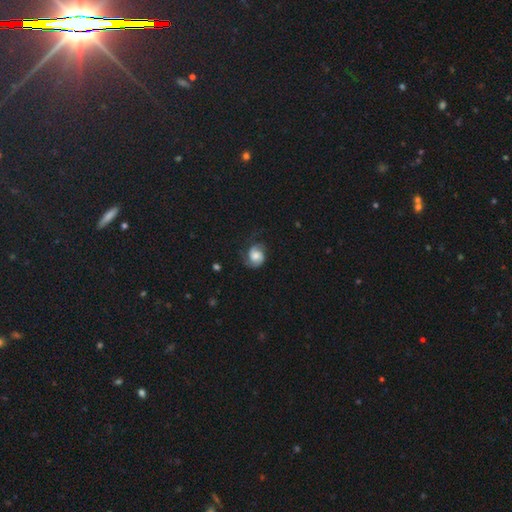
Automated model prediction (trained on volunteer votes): Smooth or featured?
  - featured or disk: 63% *
  - smooth: 29%
  - star or artifact: 8%
Edge-on disk?
  - no: 98% *
  - yes: 2%
Bar?
  - no: 62% *
  - weak: 31%
  - strong: 7%
Spiral arms?
  - yes: 93% *
  - no: 7%
Spiral winding?
  - medium: 43% *
  - tight: 35%
  - loose: 22%
Spiral arm count?
  - 2: 77% *
  - 1: 11%
  - can't tell: 7%
  - 3: 2%
  - 4: 1%
  - more than 4: 1%
Bulge size?
  - moderate: 39% *
  - large: 31%
  - small: 16%
  - none: 9%
  - dominant: 5%
Merging?
  - none: 60% *
  - minor disturbance: 23%
  - major disturbance: 16%
  - merger: 1%